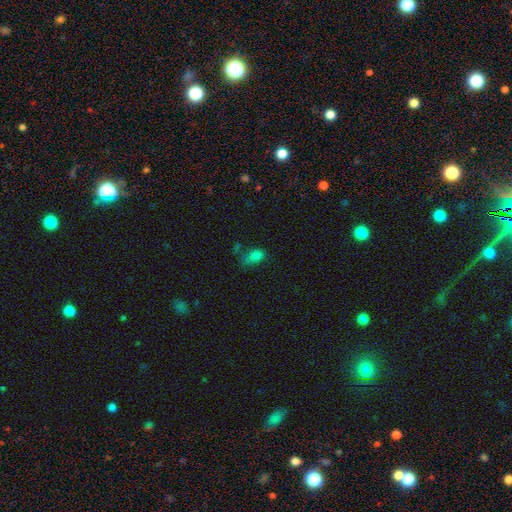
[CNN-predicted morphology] smooth 77%, star or artifact 15%, featured or disk 8%. Down the decision tree: how rounded — in between (84%); merging — none (41%).